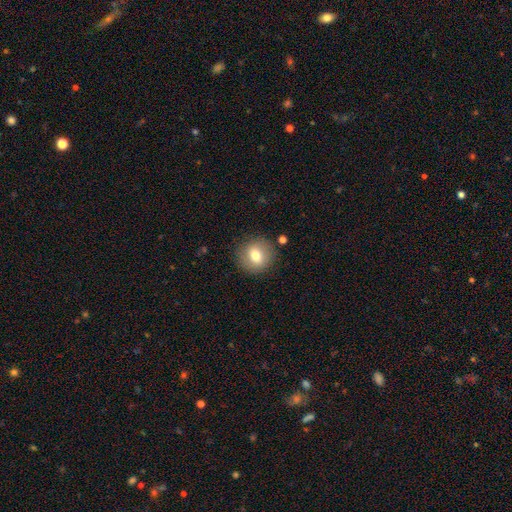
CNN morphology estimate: smooth-or-featured: smooth: 74% | featured or disk: 17% | star or artifact: 9%
  how-rounded: round: 87% | in between: 12% | cigar-shaped: 1%
  merging: none: 86% | minor disturbance: 9% | major disturbance: 3% | merger: 2%